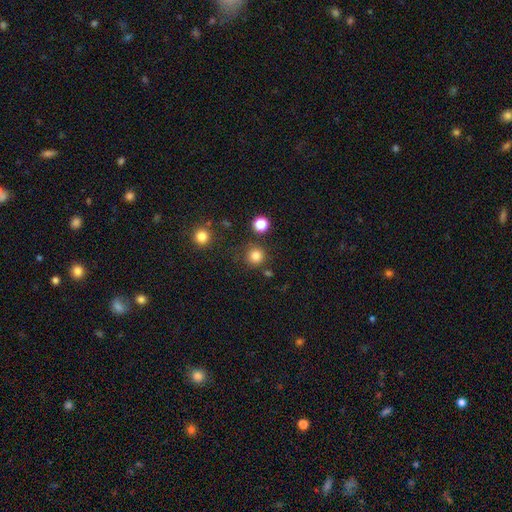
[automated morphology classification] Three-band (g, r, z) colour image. It shows a smooth galaxy with no disk features (82%) that is round (94%). Merging: none (83%).